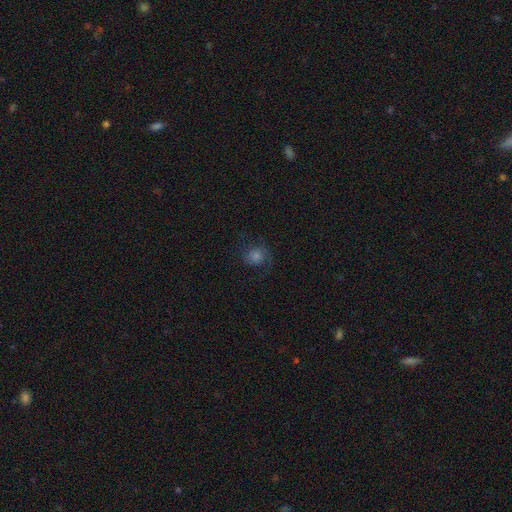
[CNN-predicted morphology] Smooth or featured?
  - featured or disk: 42% * (tied)
  - smooth: 42% * (tied)
  - star or artifact: 16%
Merging?
  - none: 69% *
  - minor disturbance: 17%
  - major disturbance: 13%
  - merger: 1%